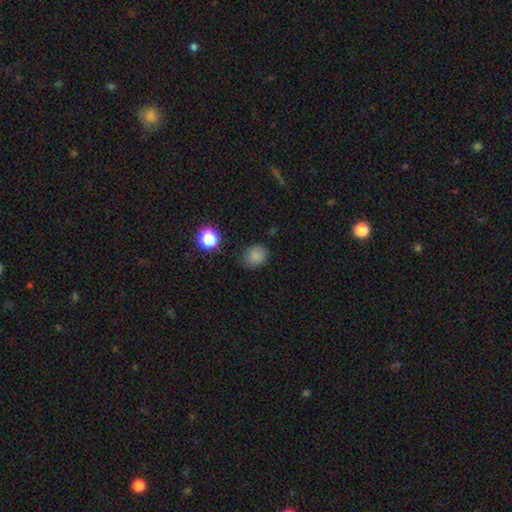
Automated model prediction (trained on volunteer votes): The model was most divided on "how rounded": round: 70%, in between: 30%, cigar-shaped: 1%. More confident: smooth or featured — smooth (81%); merging — none (77%).